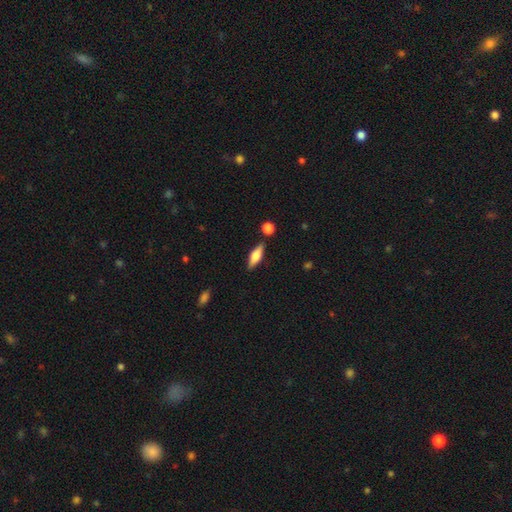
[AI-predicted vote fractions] Overall: smooth (60%; featured or disk 33%). How rounded: in between (54%; cigar-shaped 43%). Merging: none (83%).